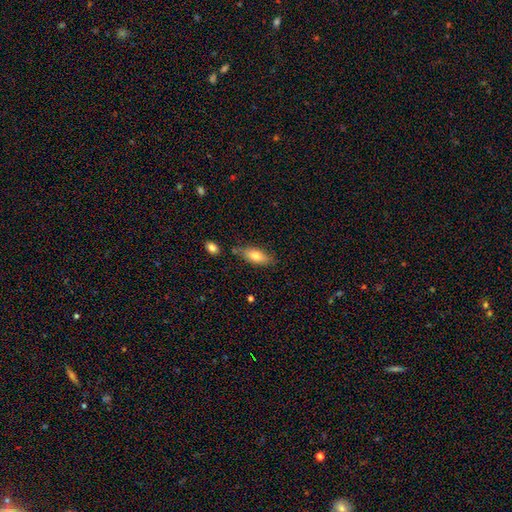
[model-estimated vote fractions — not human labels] The model was most divided on "merging": none: 72%, minor disturbance: 18%, merger: 7%, major disturbance: 4%. More confident: how rounded — in between (76%); smooth or featured — smooth (75%).